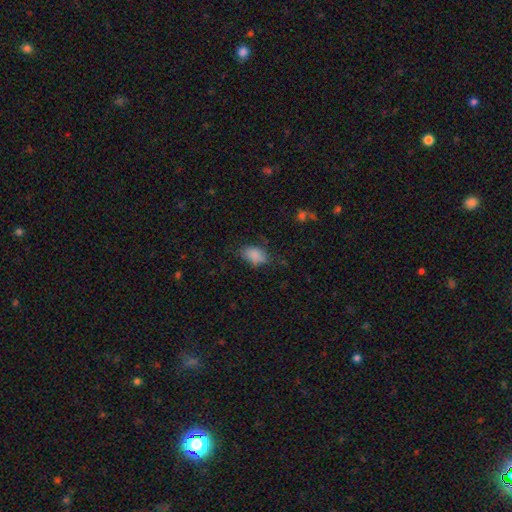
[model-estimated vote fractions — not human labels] Smooth or featured?
  - smooth: 82% *
  - star or artifact: 10%
  - featured or disk: 8%
How rounded?
  - in between: 88% *
  - round: 10%
  - cigar-shaped: 2%
Merging?
  - none: 61% *
  - minor disturbance: 27%
  - major disturbance: 10%
  - merger: 2%